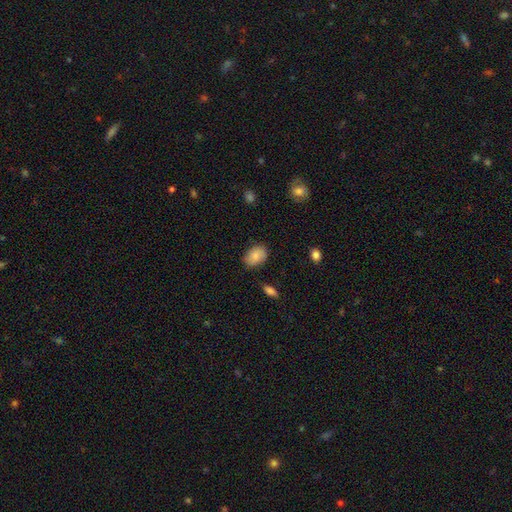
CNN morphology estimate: Overall: smooth (83%). How rounded: in between (81%). Merging: none (79%).